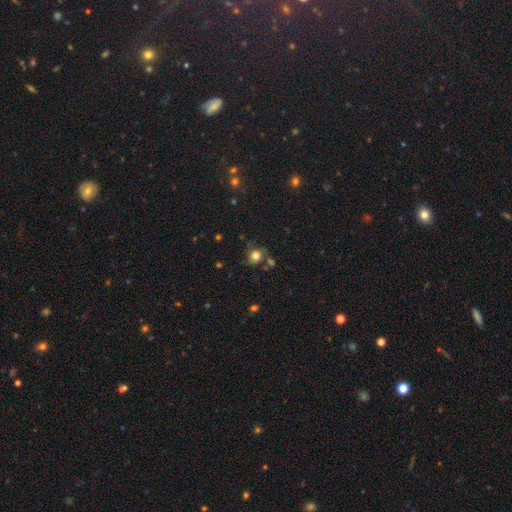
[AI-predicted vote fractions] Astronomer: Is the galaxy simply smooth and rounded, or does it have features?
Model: smooth — 77%.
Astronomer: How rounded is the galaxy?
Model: round — 76%.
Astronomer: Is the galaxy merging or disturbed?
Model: none — 66%.